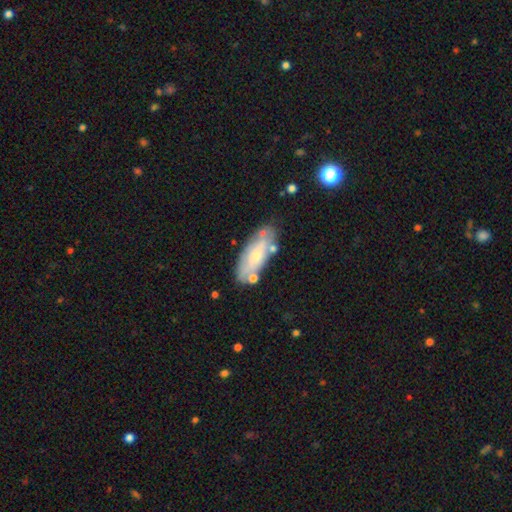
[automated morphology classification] Q: Smooth or featured?
A: smooth (54%); runner-up: featured or disk (40%)
Q: How rounded?
A: in between (76%); runner-up: cigar-shaped (22%)
Q: Merging?
A: none (70%); runner-up: minor disturbance (17%)